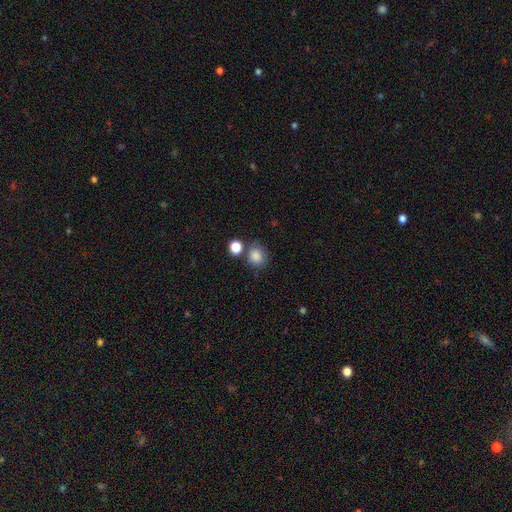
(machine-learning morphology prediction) Smooth or featured: smooth — 85% (star or artifact — 10%)
How rounded: round — 79% (in between — 20%)
Merging: none — 69% (merger — 14%)